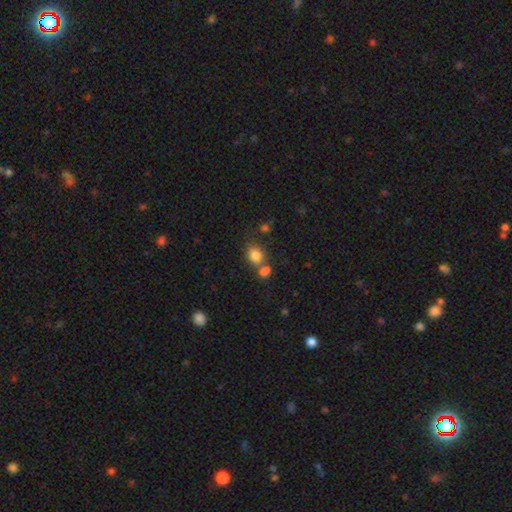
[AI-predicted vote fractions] smooth_or_featured: smooth (p=0.82) [alt: star or artifact p=0.11]
how_rounded: in between (p=0.51) [alt: round p=0.48]
merging: none (p=0.55) [alt: merger p=0.29]